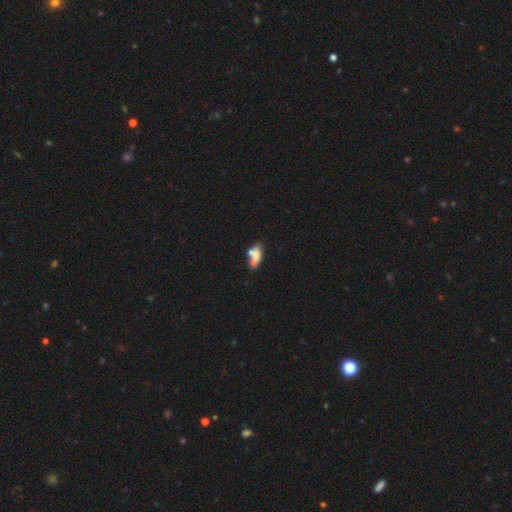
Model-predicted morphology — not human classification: type=smooth (60%); roundness=in between (79%); merging=merger (43%).